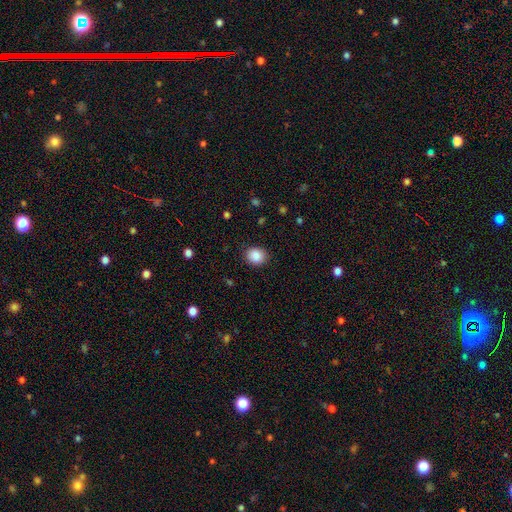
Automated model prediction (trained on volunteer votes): This appears to be a smooth galaxy with no disk features (87%) that is round (67%). Merging: none (88%).